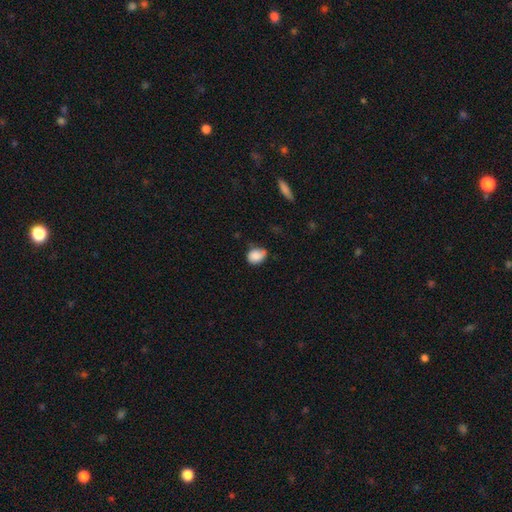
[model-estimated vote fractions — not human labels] Overall: smooth (80%). How rounded: in between (57%; round 42%). Merging: none (50%; minor disturbance 37%).